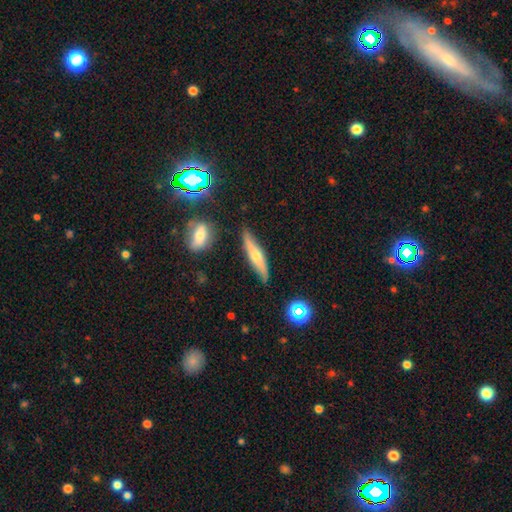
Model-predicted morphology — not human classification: Smooth or featured?
  - featured or disk: 52% *
  - smooth: 37%
  - star or artifact: 11%
Edge-on disk?
  - yes: 89% *
  - no: 11%
Merging?
  - none: 83% *
  - minor disturbance: 12%
  - major disturbance: 2%
  - merger: 2%